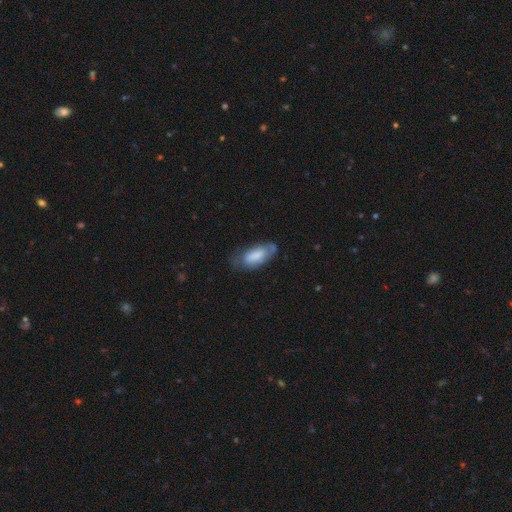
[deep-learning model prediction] Overall: smooth (71%). How rounded: in between (83%). Merging: none (52%; minor disturbance 32%).